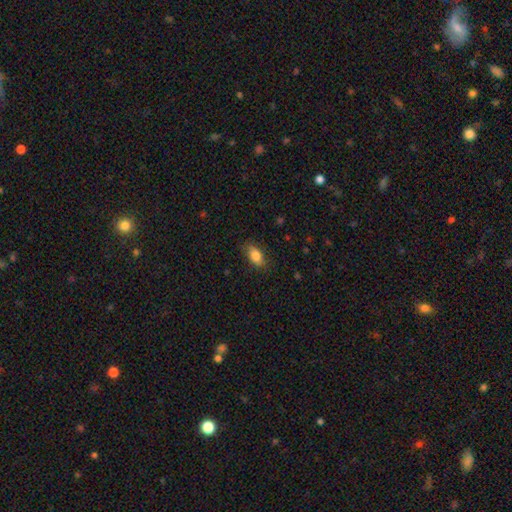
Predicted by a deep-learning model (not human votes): This appears to be a smooth galaxy with no disk features (85%) that is in between round and cigar-shaped (89%). Merging: none (81%).